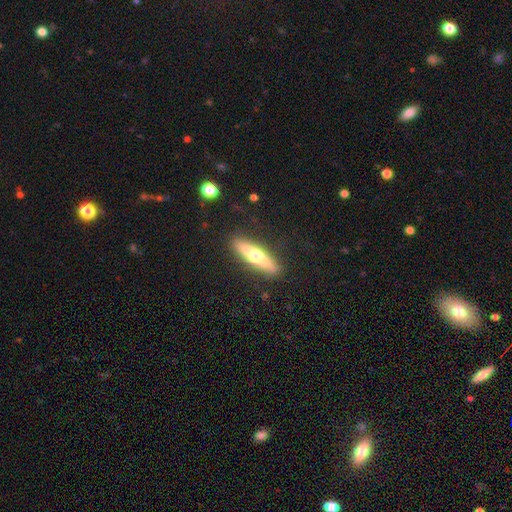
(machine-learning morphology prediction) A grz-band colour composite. It shows a smooth galaxy with no disk features (50%). Merging: none (88%).